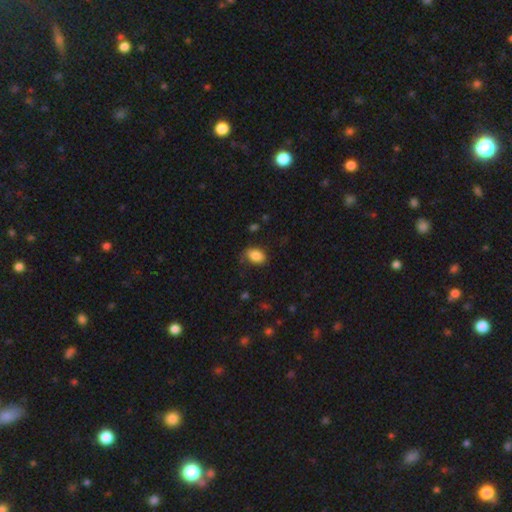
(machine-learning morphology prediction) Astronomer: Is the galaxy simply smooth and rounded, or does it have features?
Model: smooth — 86%.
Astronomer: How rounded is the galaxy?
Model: in between — 87%.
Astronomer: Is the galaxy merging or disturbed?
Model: none — 72%.